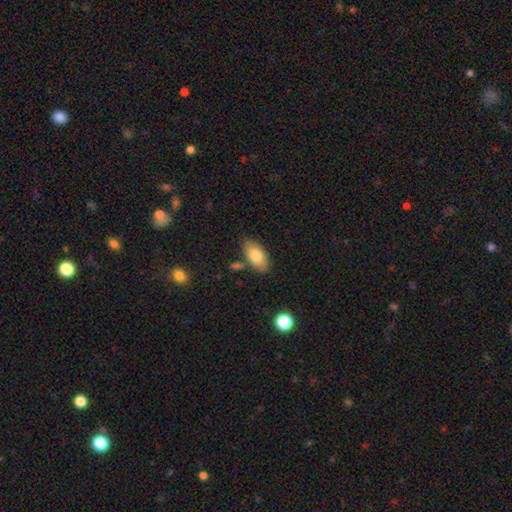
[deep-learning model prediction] A smooth galaxy with no disk features (80%) that is in between round and cigar-shaped (92%). Merging: none (77%).